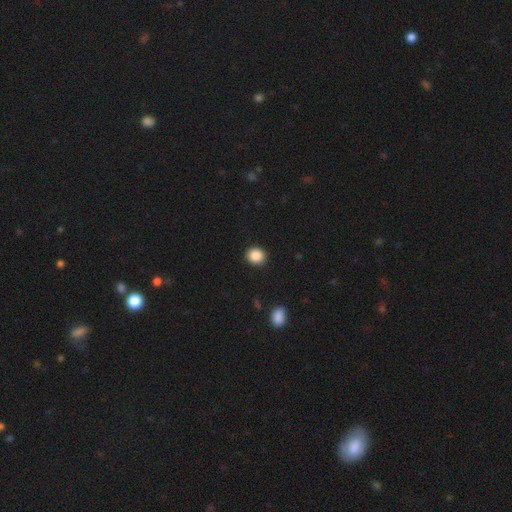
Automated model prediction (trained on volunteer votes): smooth_or_featured: smooth (p=0.88) [alt: star or artifact p=0.09]
how_rounded: round (p=0.80) [alt: in between p=0.19]
merging: none (p=0.91) [alt: minor disturbance p=0.06]